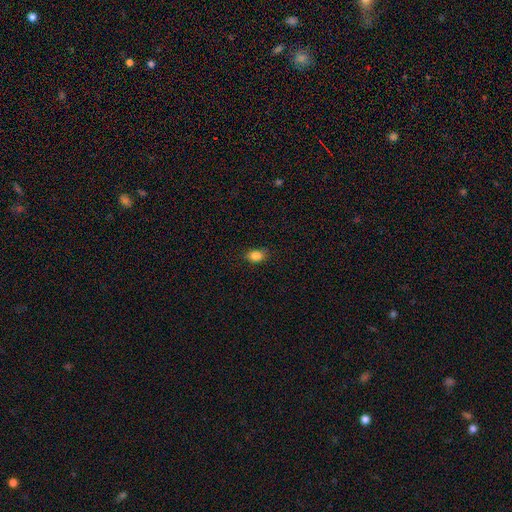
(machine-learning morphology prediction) Q: Smooth or featured?
A: smooth (85%); runner-up: star or artifact (10%)
Q: How rounded?
A: in between (74%); runner-up: round (25%)
Q: Merging?
A: none (84%); runner-up: minor disturbance (12%)